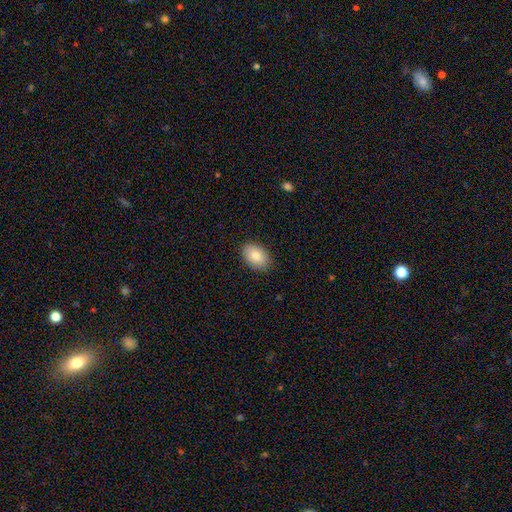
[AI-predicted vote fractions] Morphology: type=smooth (84%); roundness=in between (88%); merging=none (89%).